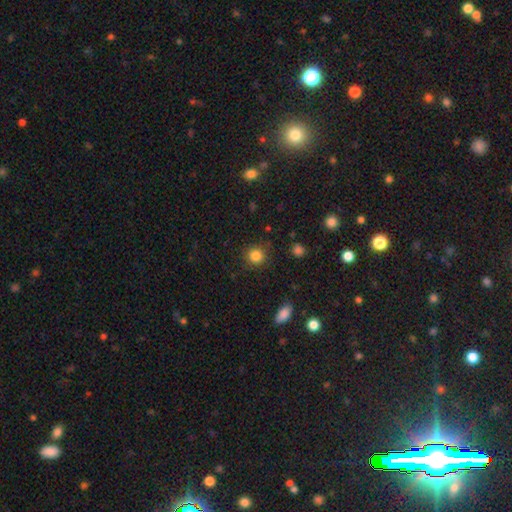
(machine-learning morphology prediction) Smooth or featured? Predicted: smooth (p=0.84). How rounded? Predicted: round (p=0.90). Merging? Predicted: none (p=0.87).